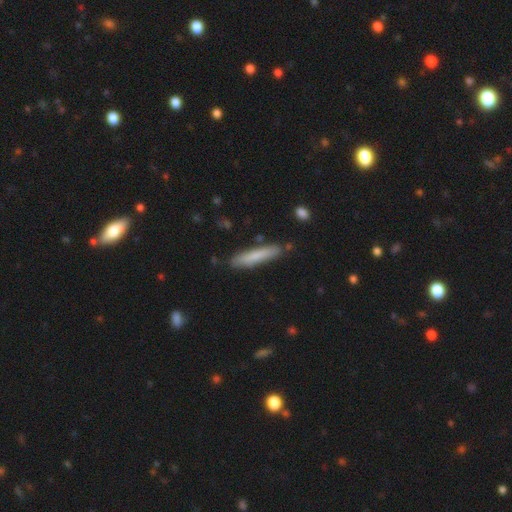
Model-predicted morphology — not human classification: A smooth galaxy with no disk features (76%) that is cigar-shaped (90%).

Vote fractions:
- Smooth or featured? smooth: 76% / featured or disk: 18% / star or artifact: 6%
- How rounded? cigar-shaped: 90% / in between: 8% / round: 1%
- Merging? none: 84% / minor disturbance: 11% / merger: 3% / major disturbance: 2%